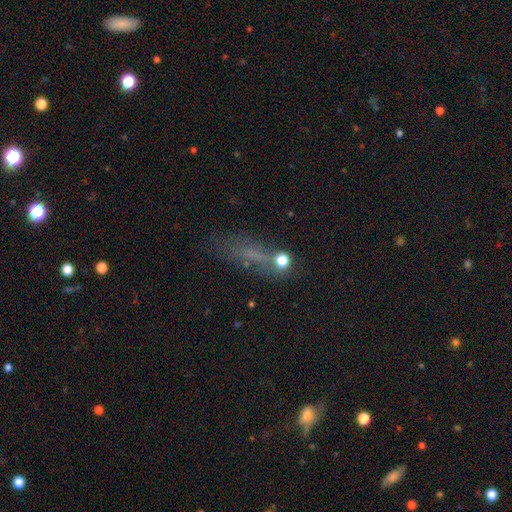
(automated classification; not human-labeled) smooth-or-featured: smooth: 47% | star or artifact: 31% | featured or disk: 23%
  merging: none: 52% | minor disturbance: 20% | major disturbance: 18% | merger: 10%